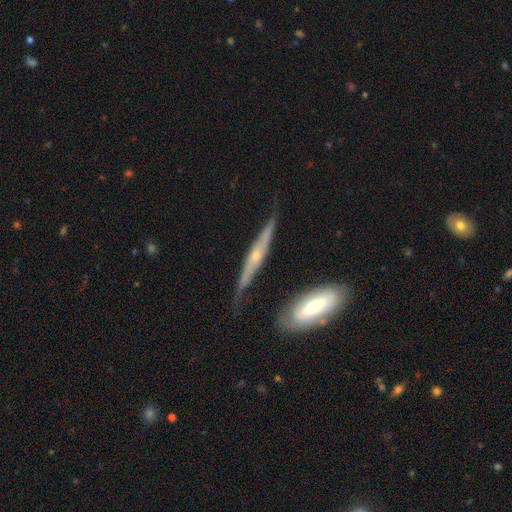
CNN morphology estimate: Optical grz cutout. It shows a featured or disk galaxy (71%) viewed edge-on (93%) with a rounded central bulge (76%). Merging: none (76%).